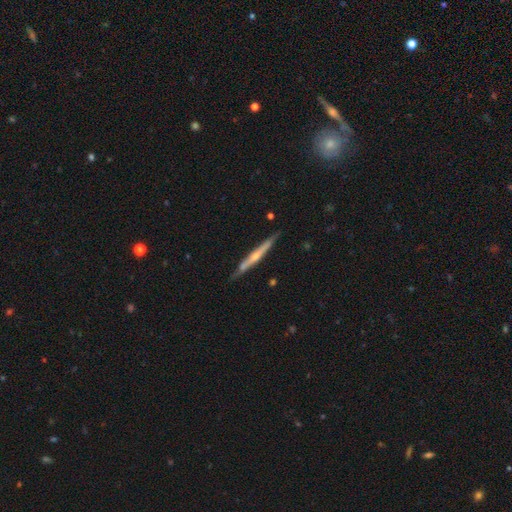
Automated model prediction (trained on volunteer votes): Morphology: type=featured or disk (63%); edge-on=yes (96%); edge-on bulge=rounded (55%); merging=none (82%).